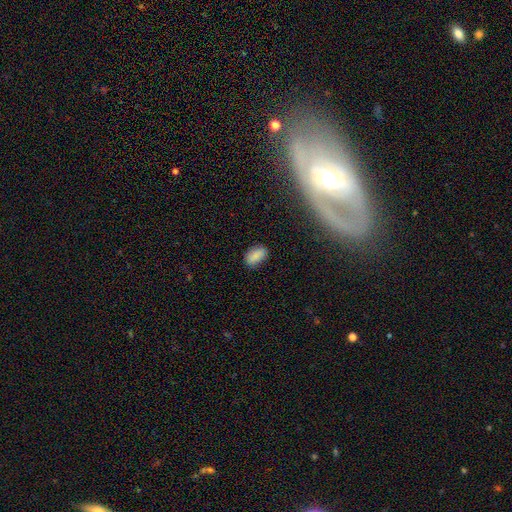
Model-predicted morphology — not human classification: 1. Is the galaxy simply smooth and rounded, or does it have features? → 85% smooth, 9% star or artifact, 6% featured or disk.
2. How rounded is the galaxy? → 91% in between, 7% round, 2% cigar-shaped.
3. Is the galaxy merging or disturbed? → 81% none, 15% minor disturbance, 3% major disturbance, 1% merger.